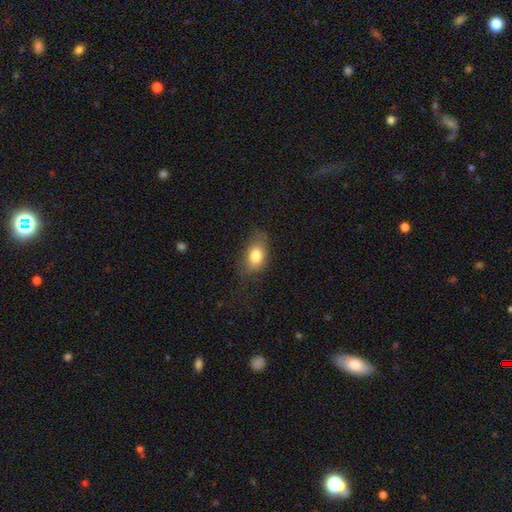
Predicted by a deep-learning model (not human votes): smooth_or_featured: smooth (p=0.79) [alt: featured or disk p=0.12]
how_rounded: in between (p=0.81) [alt: round p=0.17]
merging: none (p=0.67) [alt: minor disturbance p=0.23]